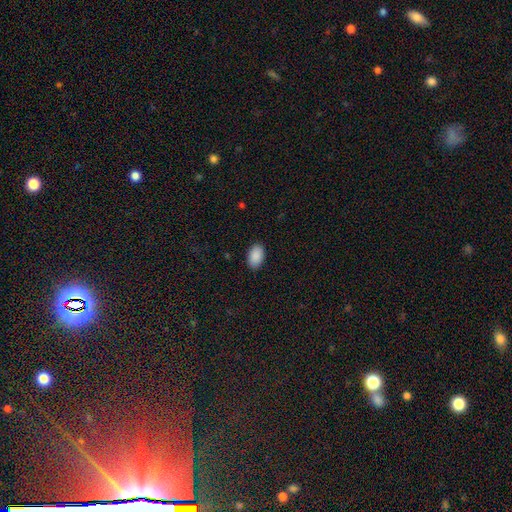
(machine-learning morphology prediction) A smooth galaxy with no disk features (91%) that is in between round and cigar-shaped (94%).

Vote fractions:
- Smooth or featured? smooth: 91% / star or artifact: 6% / featured or disk: 3%
- How rounded? in between: 94% / round: 5% / cigar-shaped: 1%
- Merging? none: 89% / minor disturbance: 8% / major disturbance: 2% / merger: 1%